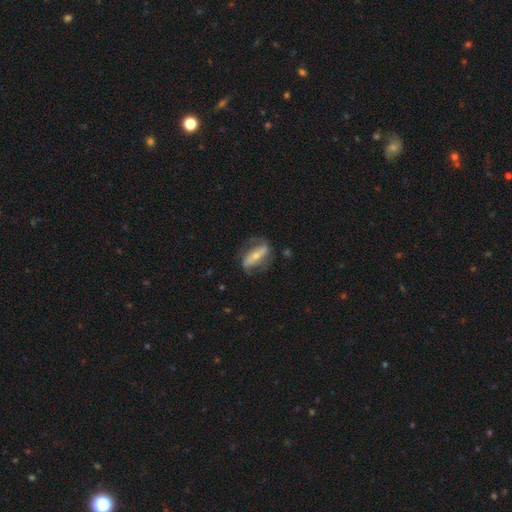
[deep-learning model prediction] Smooth or featured?
  - featured or disk: 77% *
  - smooth: 17%
  - star or artifact: 6%
Edge-on disk?
  - no: 85% *
  - yes: 15%
Bar?
  - strong: 69% *
  - weak: 17%
  - no: 14%
Spiral arms?
  - yes: 83% *
  - no: 17%
Spiral winding?
  - loose: 44% *
  - medium: 35%
  - tight: 21%
Spiral arm count?
  - 2: 86% *
  - can't tell: 7%
  - 1: 4%
  - 3: 1%
  - 4: 1%
  - more than 4: 1%
Bulge size?
  - small: 55% *
  - moderate: 38%
  - large: 3%
  - none: 2%
  - dominant: 1%
Merging?
  - none: 69% *
  - minor disturbance: 18%
  - major disturbance: 11%
  - merger: 2%